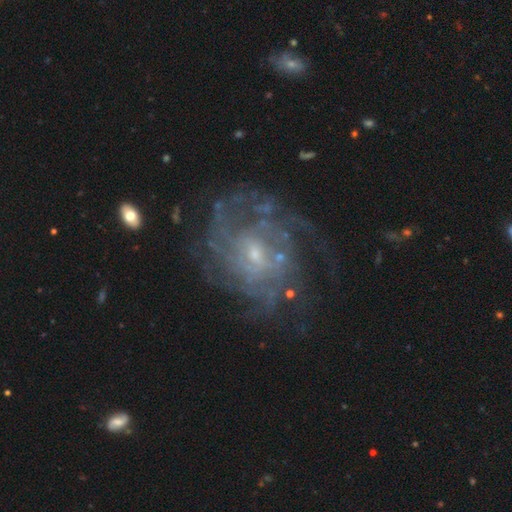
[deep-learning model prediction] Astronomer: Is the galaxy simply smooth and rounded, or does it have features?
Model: featured or disk — 84%.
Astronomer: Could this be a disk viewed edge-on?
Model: no — 97%.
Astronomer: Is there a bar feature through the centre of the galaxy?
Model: no — 57% (runner-up: weak, 37%).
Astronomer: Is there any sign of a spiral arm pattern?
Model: yes — 90%.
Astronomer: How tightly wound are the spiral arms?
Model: tight — 54% (runner-up: medium, 33%).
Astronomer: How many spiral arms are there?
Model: can't tell — 44%.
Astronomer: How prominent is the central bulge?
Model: small — 71%.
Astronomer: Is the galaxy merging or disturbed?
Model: none — 67%.